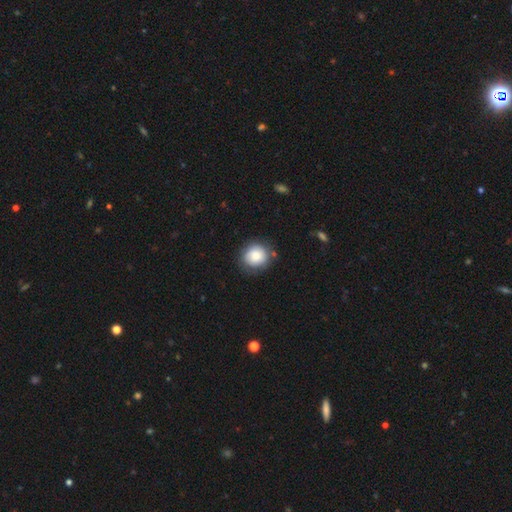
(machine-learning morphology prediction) smooth-or-featured: smooth: 83% | featured or disk: 9% | star or artifact: 8%
  how-rounded: round: 84% | in between: 15% | cigar-shaped: 1%
  merging: none: 80% | minor disturbance: 14% | major disturbance: 4% | merger: 2%